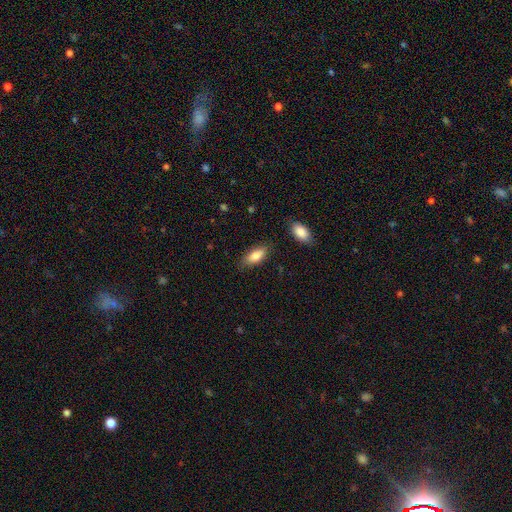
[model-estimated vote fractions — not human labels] Smooth or featured? Predicted: smooth (p=0.82). How rounded? Predicted: in between (p=0.80). Merging? Predicted: none (p=0.79).